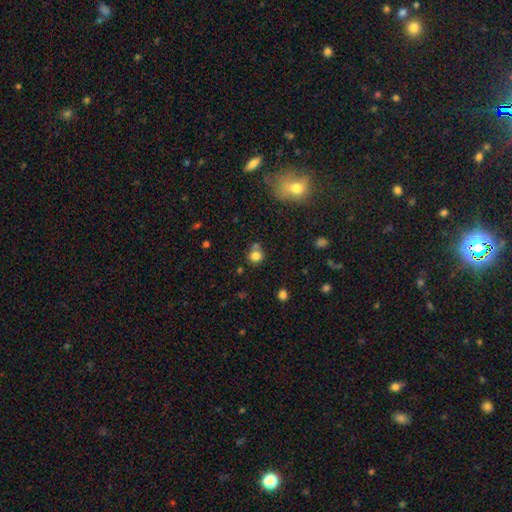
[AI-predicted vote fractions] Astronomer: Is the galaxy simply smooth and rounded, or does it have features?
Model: smooth — 80%.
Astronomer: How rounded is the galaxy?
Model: round — 83%.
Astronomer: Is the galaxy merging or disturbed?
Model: none — 62%.